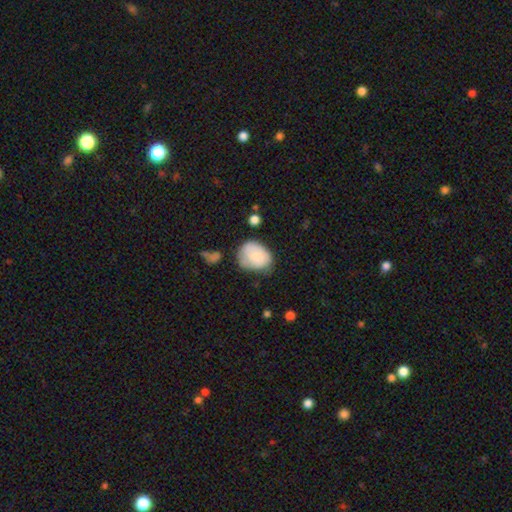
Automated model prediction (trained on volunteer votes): Morphology: type=smooth (75%); roundness=in between (52%); merging=none (48%).